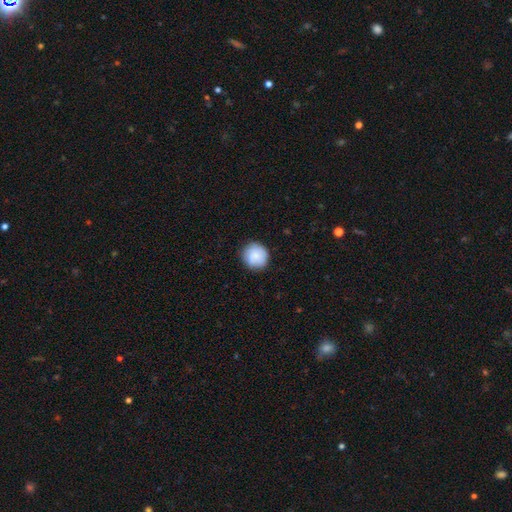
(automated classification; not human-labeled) A smooth galaxy with no disk features (85%) that is round (93%).

Vote fractions:
- Smooth or featured? smooth: 85% / featured or disk: 8% / star or artifact: 7%
- How rounded? round: 93% / in between: 6% / cigar-shaped: 1%
- Merging? none: 86% / minor disturbance: 11% / major disturbance: 2% / merger: 1%